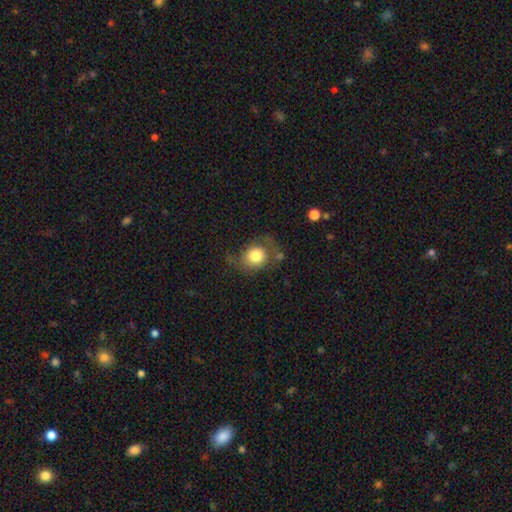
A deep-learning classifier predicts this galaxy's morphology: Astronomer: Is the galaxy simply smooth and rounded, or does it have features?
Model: smooth — 61%.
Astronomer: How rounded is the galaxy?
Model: round — 70%.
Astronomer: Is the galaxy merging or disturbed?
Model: none — 53%.